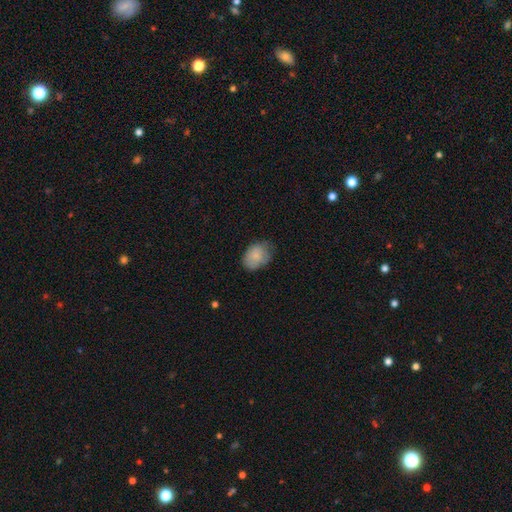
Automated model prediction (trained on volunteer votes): This appears to be a smooth galaxy with no disk features (83%) that is in between round and cigar-shaped (75%). Merging: none (57%).